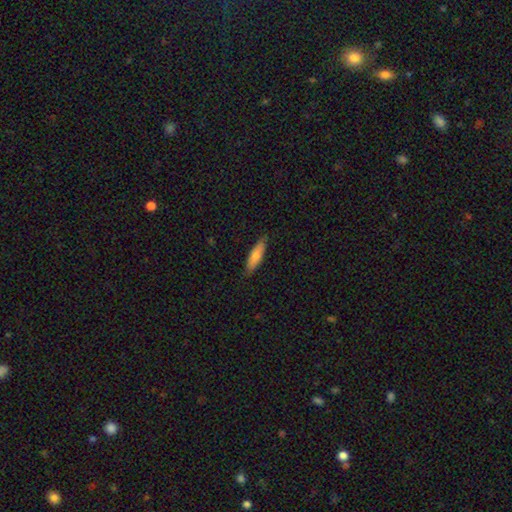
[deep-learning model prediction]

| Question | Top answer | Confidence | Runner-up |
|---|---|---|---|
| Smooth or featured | smooth | 76% | featured or disk (19%) |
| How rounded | cigar-shaped | 64% | in between (35%) |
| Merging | none | 85% | minor disturbance (12%) |